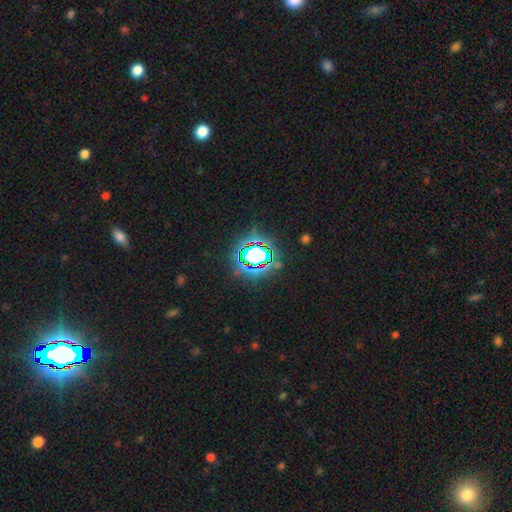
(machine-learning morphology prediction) type=star or artifact (72%).